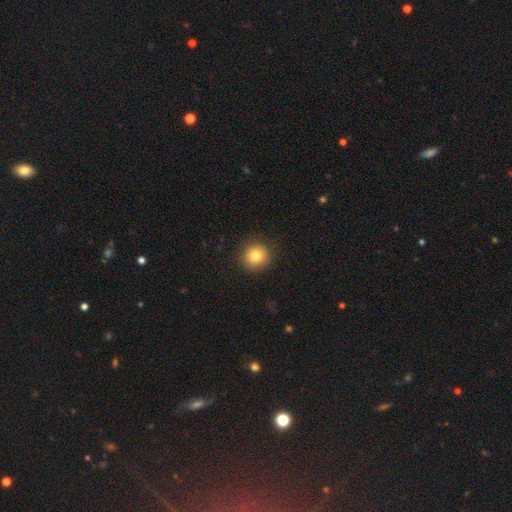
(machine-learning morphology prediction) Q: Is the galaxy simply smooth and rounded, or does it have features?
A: smooth — 81%.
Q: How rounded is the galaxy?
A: round — 93%.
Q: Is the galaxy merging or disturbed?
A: none — 91%.